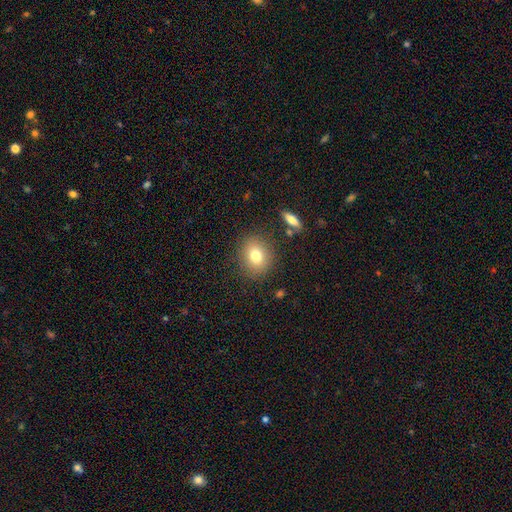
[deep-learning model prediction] Morphology: type=smooth (77%); roundness=round (66%); merging=none (85%).